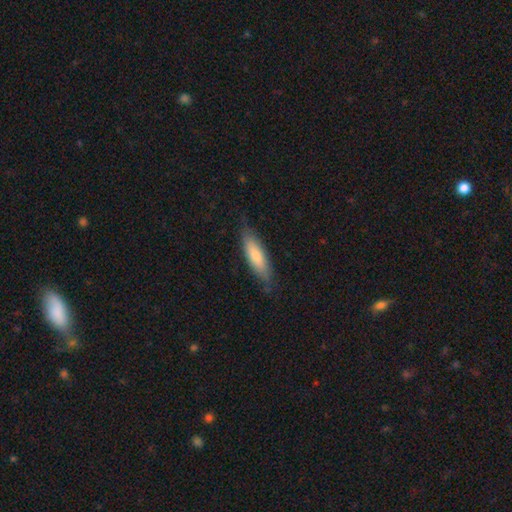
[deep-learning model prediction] Smooth or featured?
  - smooth: 75% *
  - featured or disk: 19%
  - star or artifact: 5%
How rounded?
  - cigar-shaped: 55% *
  - in between: 43%
  - round: 2%
Merging?
  - none: 78% *
  - minor disturbance: 18%
  - major disturbance: 3%
  - merger: 1%